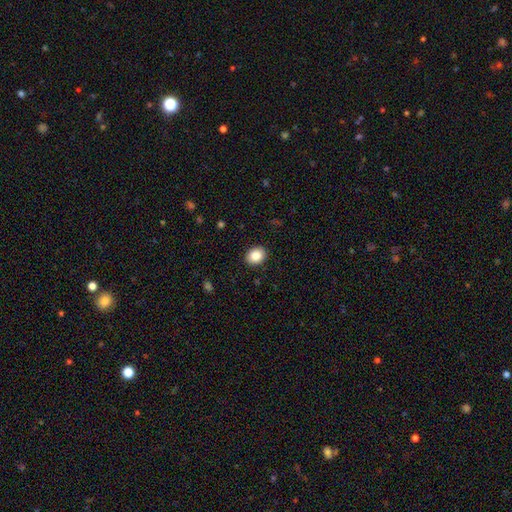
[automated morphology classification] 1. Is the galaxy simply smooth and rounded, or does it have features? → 86% smooth, 9% star or artifact, 5% featured or disk.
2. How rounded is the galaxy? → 52% round, 47% in between, 1% cigar-shaped.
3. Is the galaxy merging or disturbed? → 91% none, 6% minor disturbance, 2% major disturbance, 1% merger.